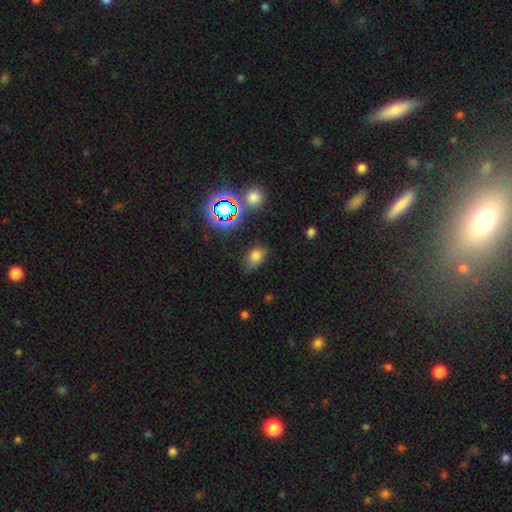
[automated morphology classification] This is likely a smooth galaxy (68%). How rounded: likely in between (77%). Merging: possibly none (54%).